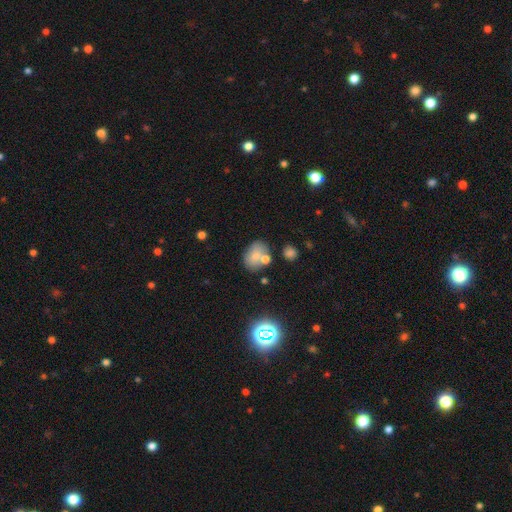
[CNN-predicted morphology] smooth 70%, featured or disk 18%, star or artifact 12%. Down the decision tree: how rounded — in between (66%); merging — none (53%).